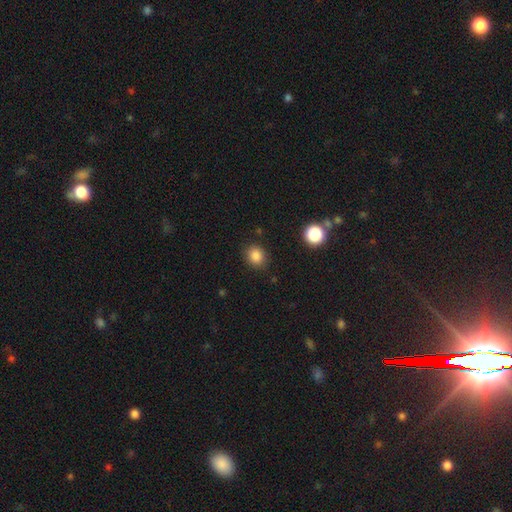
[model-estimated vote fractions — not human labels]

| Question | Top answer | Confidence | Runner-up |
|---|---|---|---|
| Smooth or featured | smooth | 85% | star or artifact (11%) |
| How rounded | round | 67% | in between (32%) |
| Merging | none | 86% | minor disturbance (10%) |